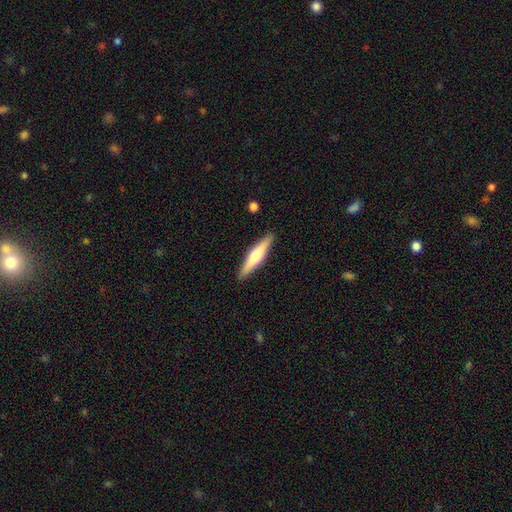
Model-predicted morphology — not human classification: This is possibly a featured or disk galaxy (51%). It is clearly viewed edge-on (96%). Merging: clearly none (90%).